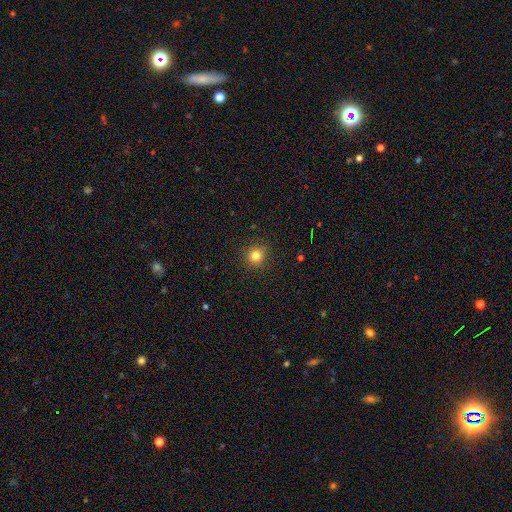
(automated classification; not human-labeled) smooth_or_featured: smooth (p=0.81) [alt: star or artifact p=0.13]
how_rounded: round (p=0.92) [alt: in between p=0.07]
merging: none (p=0.91) [alt: minor disturbance p=0.06]